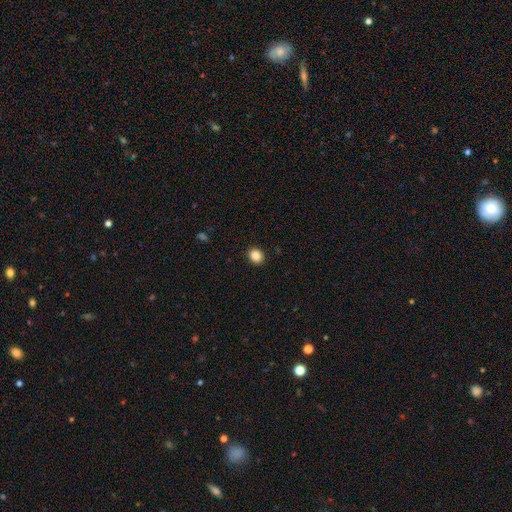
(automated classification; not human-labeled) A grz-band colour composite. It shows a smooth galaxy with no disk features (87%) that is round (70%). Merging: none (91%).